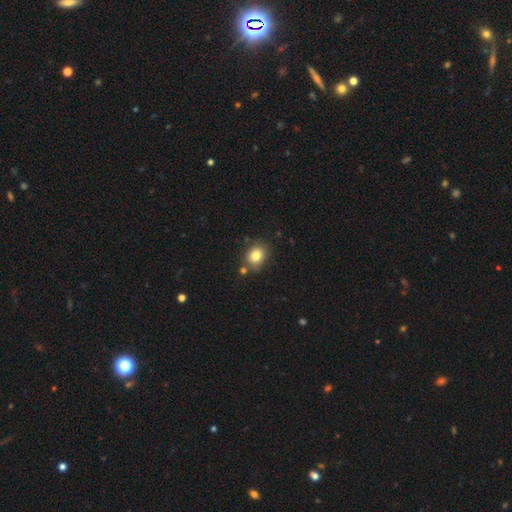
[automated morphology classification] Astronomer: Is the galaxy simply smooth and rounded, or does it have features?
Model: smooth — 81%.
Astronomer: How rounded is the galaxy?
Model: round — 60% (runner-up: in between, 39%).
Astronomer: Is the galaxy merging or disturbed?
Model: none — 76%.